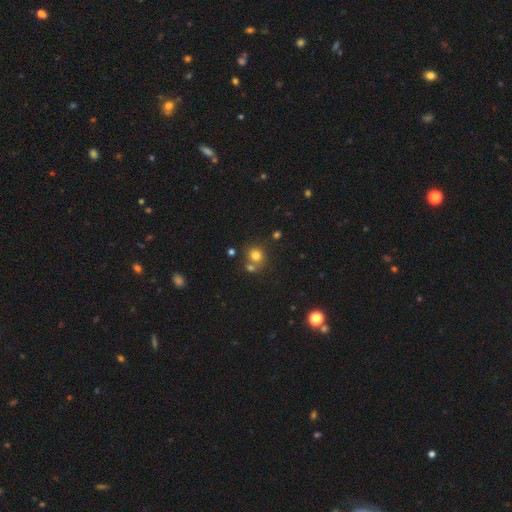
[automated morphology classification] Smooth or featured: smooth — 77% (star or artifact — 14%)
How rounded: round — 84% (in between — 15%)
Merging: none — 60% (merger — 27%)